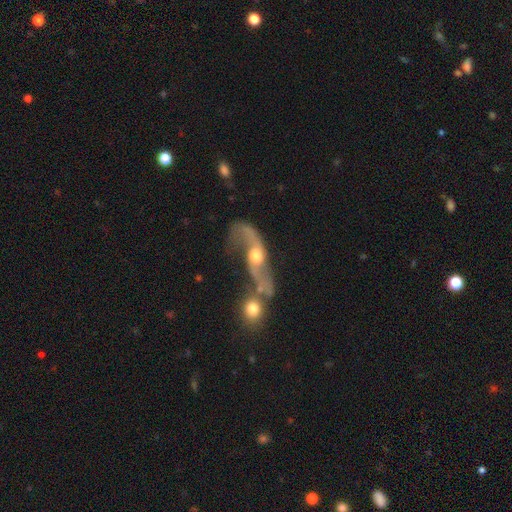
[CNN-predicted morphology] The model was most divided on "merging": none: 35%, merger: 28%, major disturbance: 21%, minor disturbance: 16%. More confident: spiral arms — yes (91%); spiral arm count — 2 (90%); edge-on disk — no (88%); spiral winding — loose (85%); smooth or featured — featured or disk (82%); bulge size — moderate (69%); bar — no (61%).